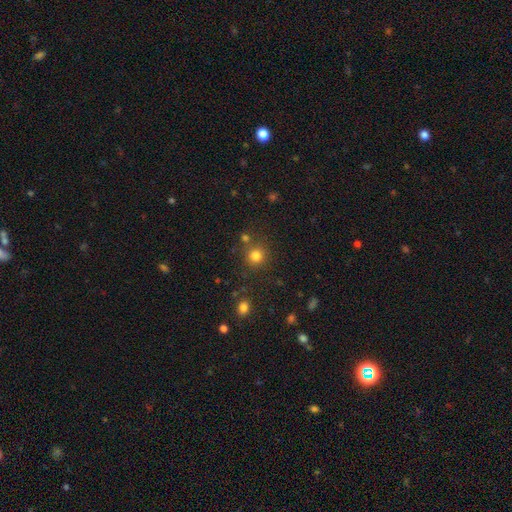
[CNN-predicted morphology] type=smooth (81%); roundness=round (92%); merging=none (79%).